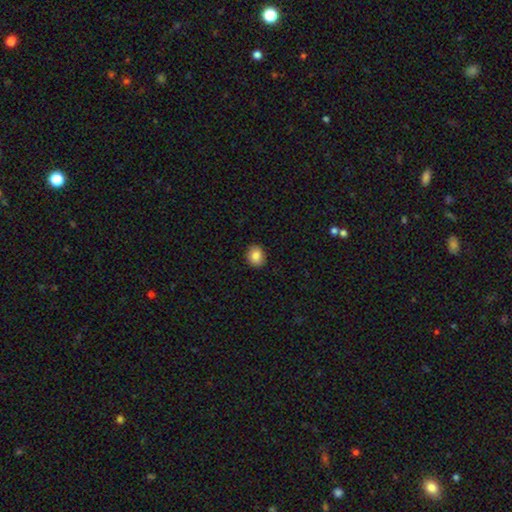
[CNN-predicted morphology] type=smooth (85%); roundness=round (70%); merging=none (91%).